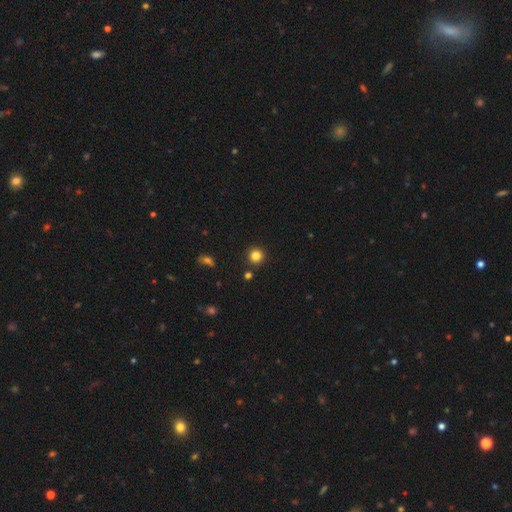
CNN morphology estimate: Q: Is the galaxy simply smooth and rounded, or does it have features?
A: smooth — 83%.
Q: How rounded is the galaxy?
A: round — 94%.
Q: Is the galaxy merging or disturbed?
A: none — 90%.